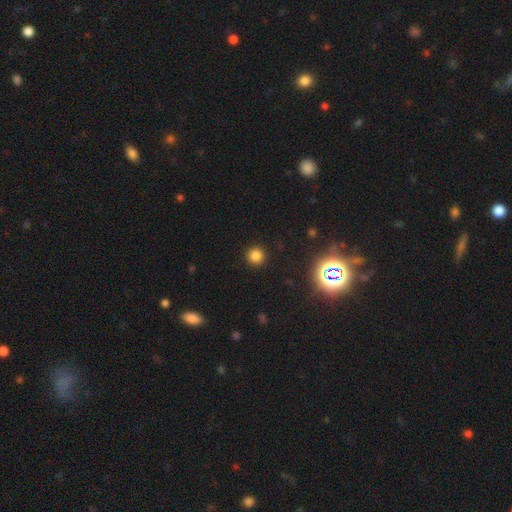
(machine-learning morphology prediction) A smooth galaxy with no disk features (79%) that is round (95%).

Vote fractions:
- Smooth or featured? smooth: 79% / star or artifact: 16% / featured or disk: 4%
- How rounded? round: 95% / in between: 4% / cigar-shaped: 1%
- Merging? none: 92% / minor disturbance: 5% / major disturbance: 2% / merger: 1%